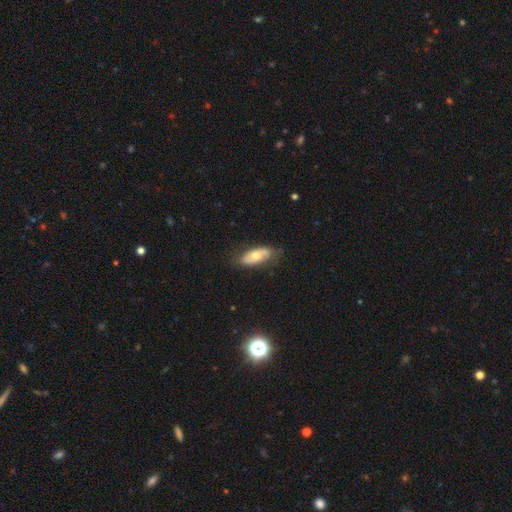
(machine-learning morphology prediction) smooth_or_featured: smooth (p=0.51) [alt: featured or disk p=0.43]
how_rounded: in between (p=0.85) [alt: cigar-shaped p=0.12]
merging: none (p=0.77) [alt: minor disturbance p=0.17]